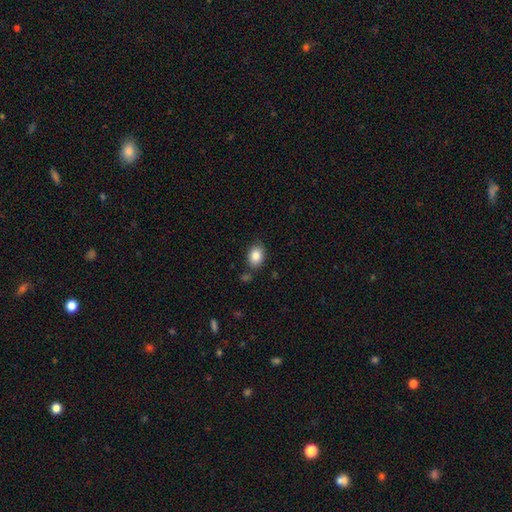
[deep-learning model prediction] Q: Smooth or featured?
A: smooth (85%); runner-up: star or artifact (8%)
Q: How rounded?
A: in between (76%); runner-up: round (23%)
Q: Merging?
A: none (78%); runner-up: minor disturbance (13%)